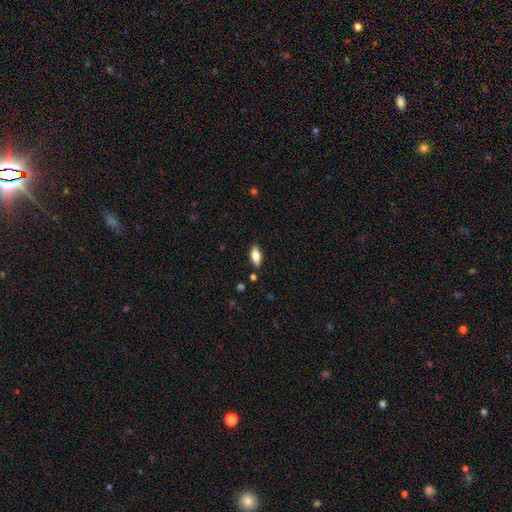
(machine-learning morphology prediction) Overall: smooth (68%). How rounded: in between (79%). Merging: none (85%).